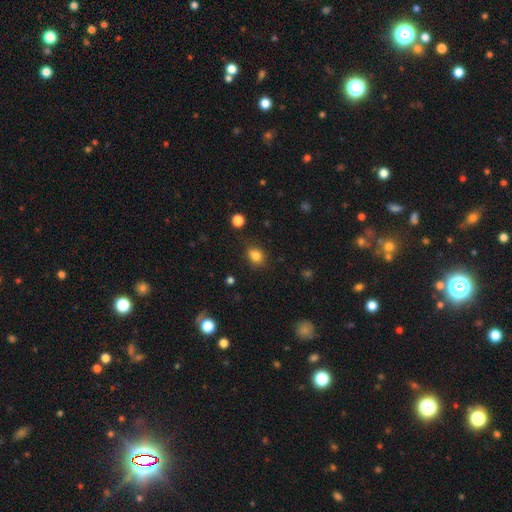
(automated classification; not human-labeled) Q: Smooth or featured?
A: smooth (82%); runner-up: star or artifact (12%)
Q: How rounded?
A: round (55%); runner-up: in between (44%)
Q: Merging?
A: none (75%); runner-up: minor disturbance (18%)